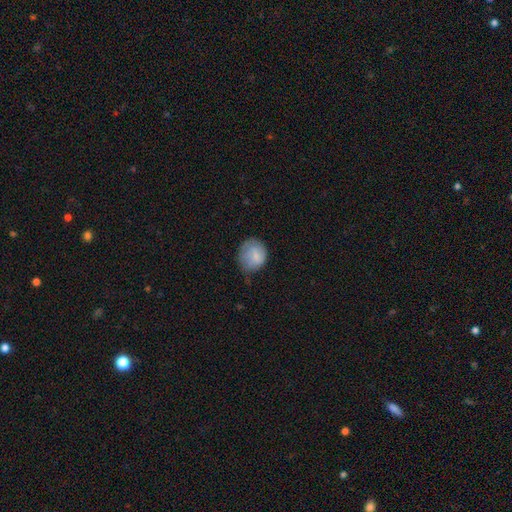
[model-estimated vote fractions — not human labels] Smooth or featured? smooth (79%)
How rounded? round (68%)
Merging? none (51%)